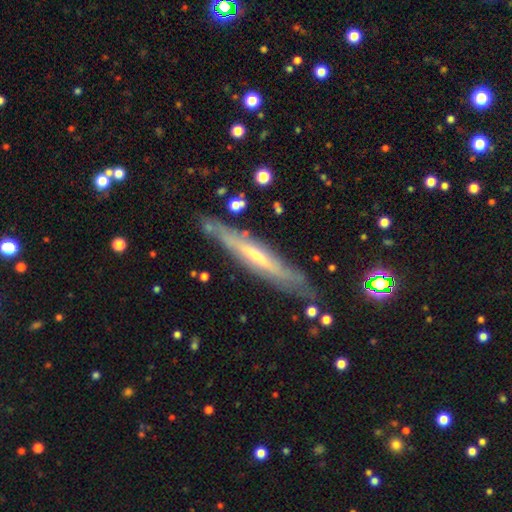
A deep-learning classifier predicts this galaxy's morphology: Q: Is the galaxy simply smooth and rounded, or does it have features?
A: featured or disk — 69%.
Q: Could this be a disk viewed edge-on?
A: yes — 82%.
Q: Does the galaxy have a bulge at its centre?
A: none — 47%.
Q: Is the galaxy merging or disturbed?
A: none — 79%.